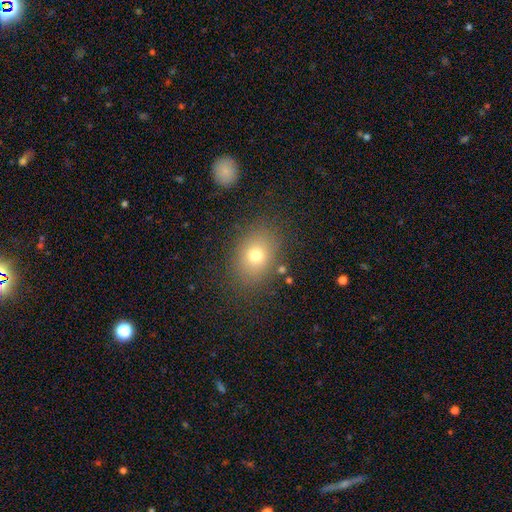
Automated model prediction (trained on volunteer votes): Overall: smooth (73%). How rounded: in between (64%; round 35%). Merging: none (82%).